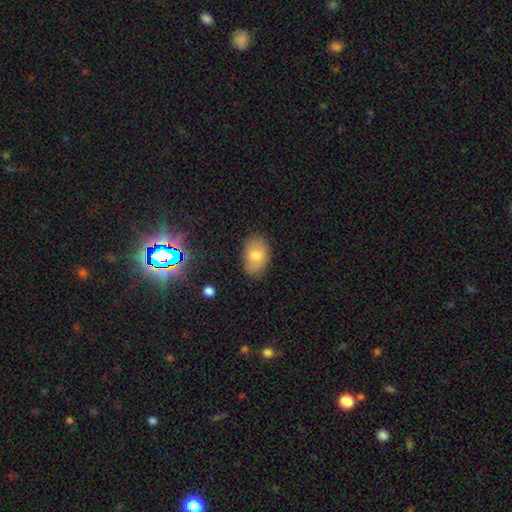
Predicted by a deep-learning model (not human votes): smooth_or_featured: smooth (p=0.71) [alt: featured or disk p=0.16]
how_rounded: in between (p=0.84) [alt: round p=0.15]
merging: none (p=0.76) [alt: minor disturbance p=0.19]